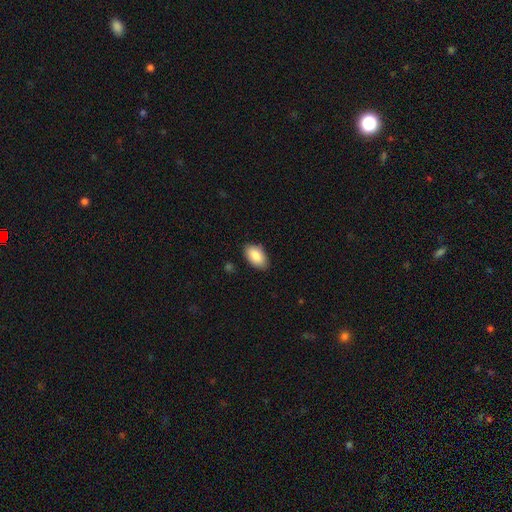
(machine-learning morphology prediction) smooth_or_featured: smooth (p=0.87) [alt: featured or disk p=0.07]
how_rounded: in between (p=0.94) [alt: round p=0.04]
merging: none (p=0.84) [alt: minor disturbance p=0.12]